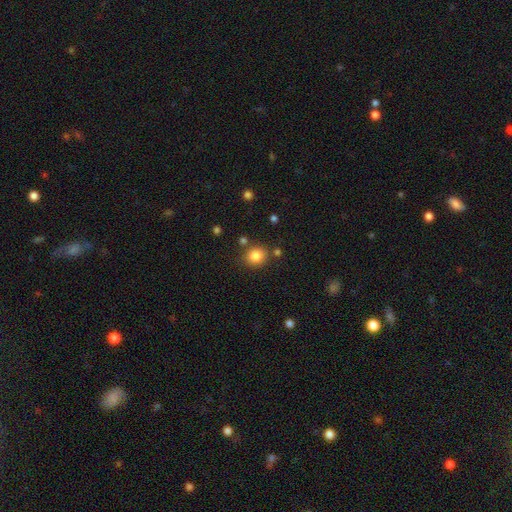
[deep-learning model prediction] A smooth galaxy with no disk features (84%) that is round (79%).

Vote fractions:
- Smooth or featured? smooth: 84% / star or artifact: 11% / featured or disk: 5%
- How rounded? round: 79% / in between: 20% / cigar-shaped: 1%
- Merging? none: 81% / minor disturbance: 10% / merger: 6% / major disturbance: 3%